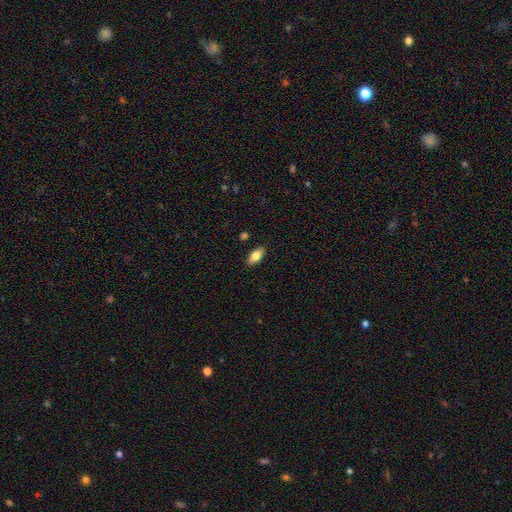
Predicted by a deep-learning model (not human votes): Smooth or featured: smooth — 81% (featured or disk — 12%)
How rounded: in between — 90% (cigar-shaped — 6%)
Merging: none — 88% (minor disturbance — 9%)